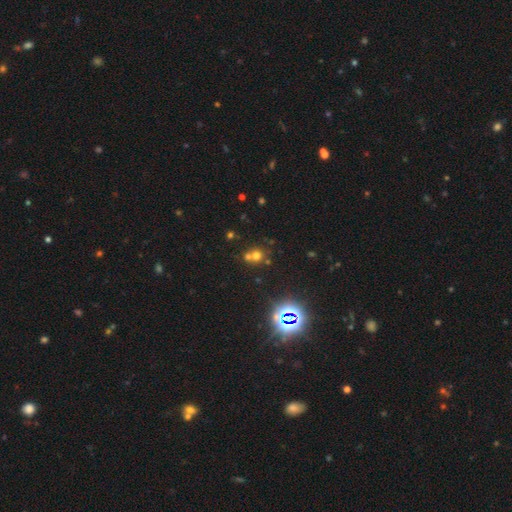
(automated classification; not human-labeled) smooth_or_featured: smooth (p=0.55) [alt: star or artifact p=0.31]
how_rounded: round (p=0.84) [alt: in between p=0.15]
merging: none (p=0.45) [tied with: merger p=0.45]